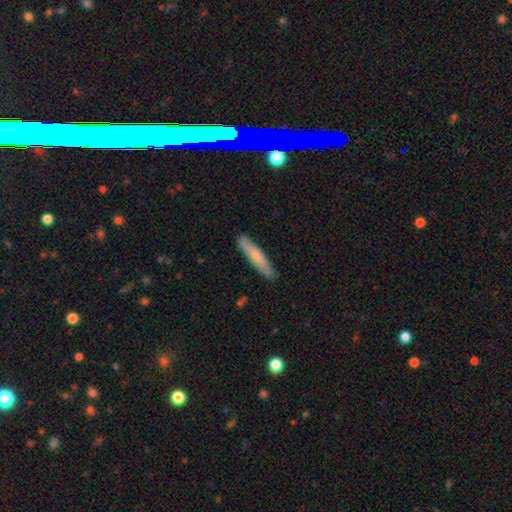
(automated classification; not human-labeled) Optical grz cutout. It shows a smooth galaxy with no disk features (71%) that is cigar-shaped (89%). Merging: none (86%).